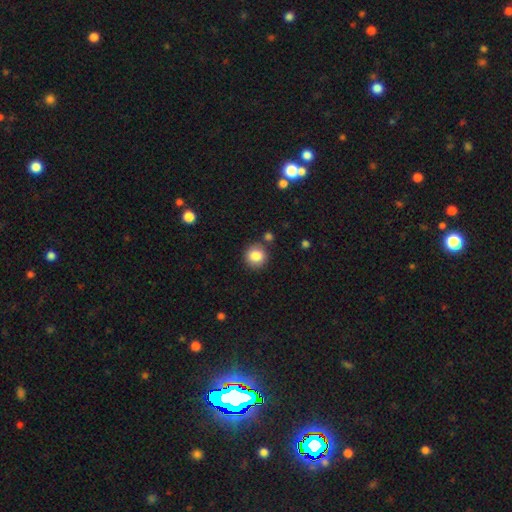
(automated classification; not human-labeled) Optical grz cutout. It shows a smooth galaxy with no disk features (84%) that is round (92%). Merging: none (83%).